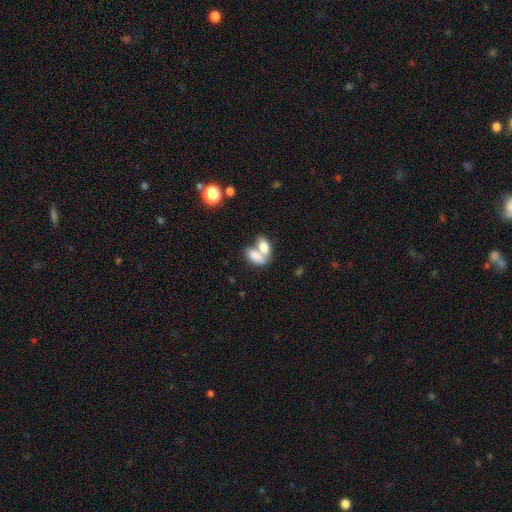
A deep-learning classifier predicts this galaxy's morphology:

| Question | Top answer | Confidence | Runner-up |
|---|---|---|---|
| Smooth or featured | smooth | 78% | featured or disk (14%) |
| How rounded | in between | 89% | round (7%) |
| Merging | merger | 69% | none (20%) |